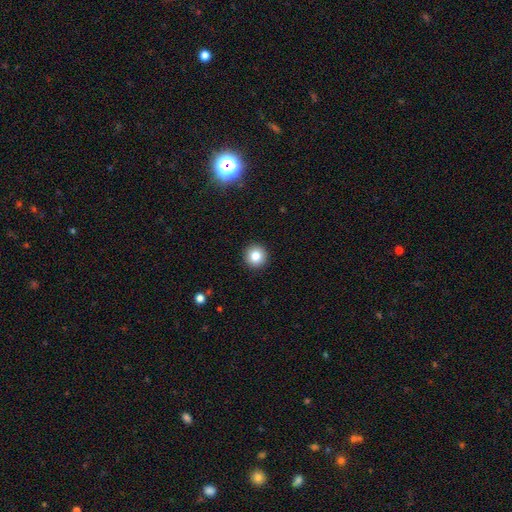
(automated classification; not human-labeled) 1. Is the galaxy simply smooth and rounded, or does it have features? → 83% smooth, 10% star or artifact, 7% featured or disk.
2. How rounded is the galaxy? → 96% round, 3% in between, 1% cigar-shaped.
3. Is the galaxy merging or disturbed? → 93% none, 4% minor disturbance, 2% major disturbance, 1% merger.